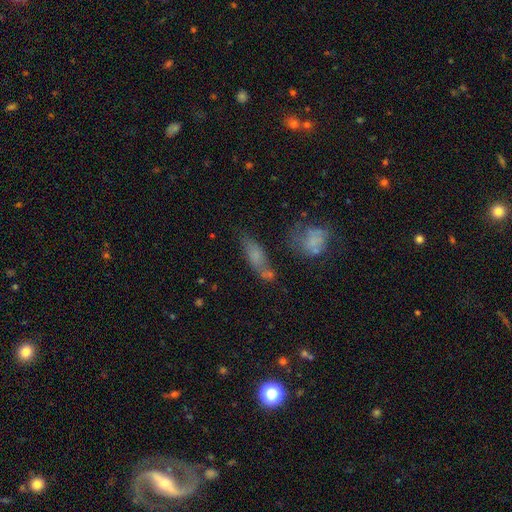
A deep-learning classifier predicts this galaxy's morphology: A smooth galaxy with no disk features (61%) that is in between round and cigar-shaped (53%). Merging: none (50%).